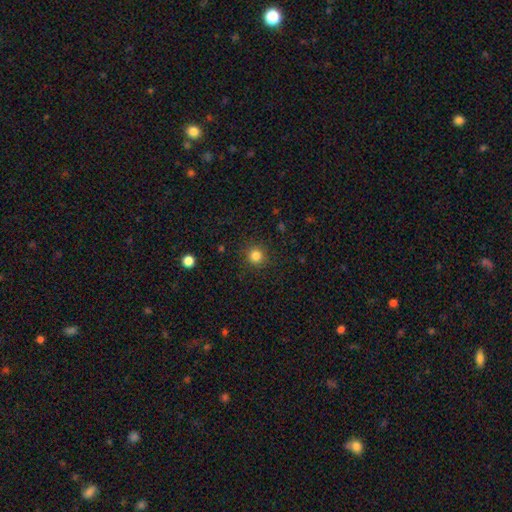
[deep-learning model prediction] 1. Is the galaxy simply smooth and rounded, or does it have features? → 84% smooth, 12% star or artifact, 4% featured or disk.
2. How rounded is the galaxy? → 92% round, 7% in between, 1% cigar-shaped.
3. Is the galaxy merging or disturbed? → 90% none, 6% minor disturbance, 2% major disturbance, 1% merger.